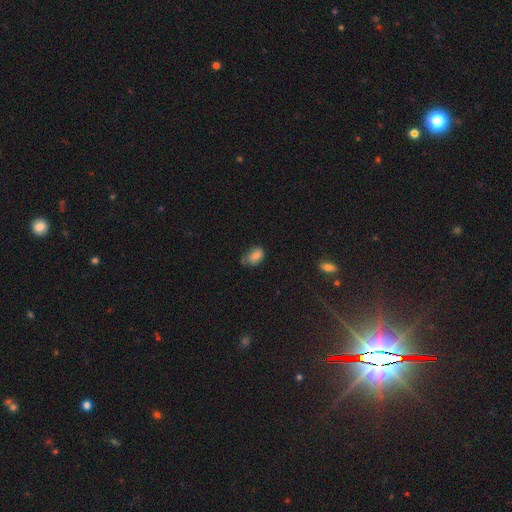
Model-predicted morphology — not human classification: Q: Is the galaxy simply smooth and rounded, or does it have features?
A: smooth — 75%.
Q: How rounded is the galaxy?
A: in between — 77%.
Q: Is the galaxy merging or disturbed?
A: none — 50%.